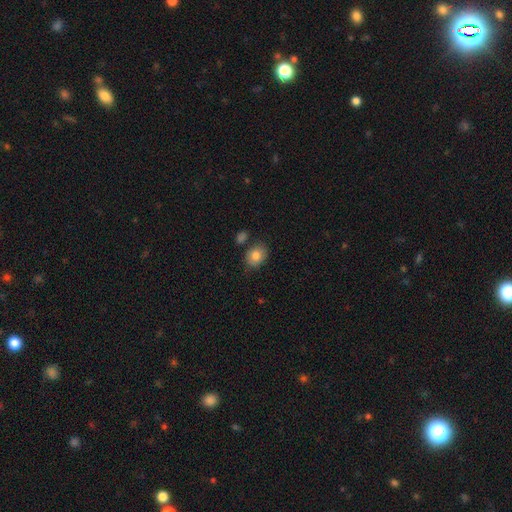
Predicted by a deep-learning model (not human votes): Smooth or featured? smooth (82%)
How rounded? in between (54%)
Merging? none (77%)